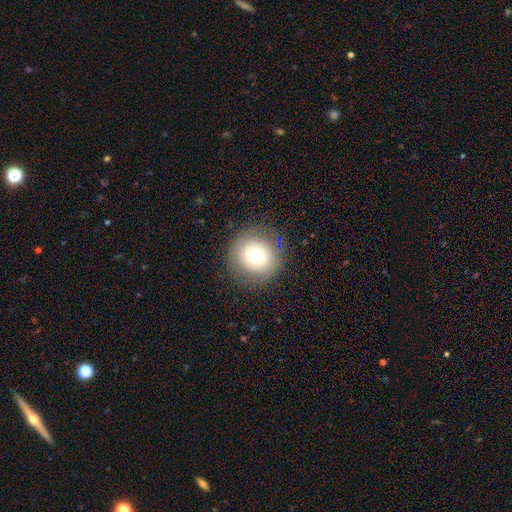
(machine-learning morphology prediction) type=smooth (70%); roundness=round (92%); merging=none (85%).